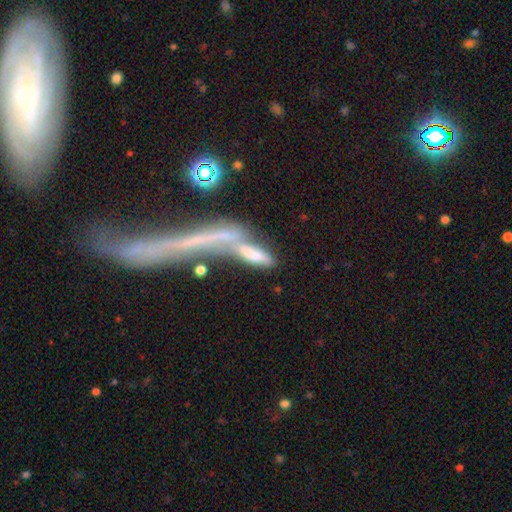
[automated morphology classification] Overall: smooth (53%; featured or disk 34%). How rounded: cigar-shaped (61%; in between 34%). Merging: merger (56%; none 21%).